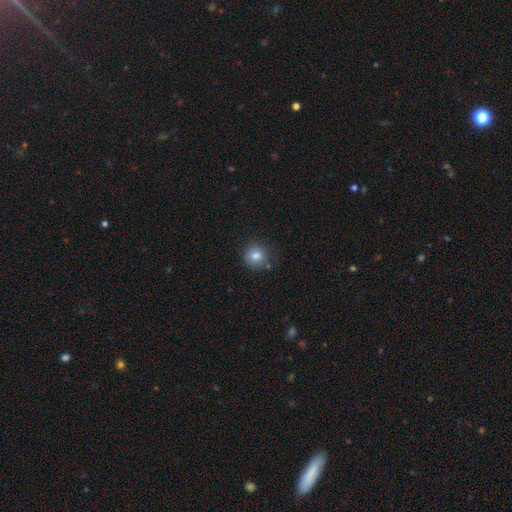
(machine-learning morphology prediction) The model was most divided on "merging": none: 78%, minor disturbance: 15%, merger: 4%, major disturbance: 4%. More confident: how rounded — round (88%); smooth or featured — smooth (81%).